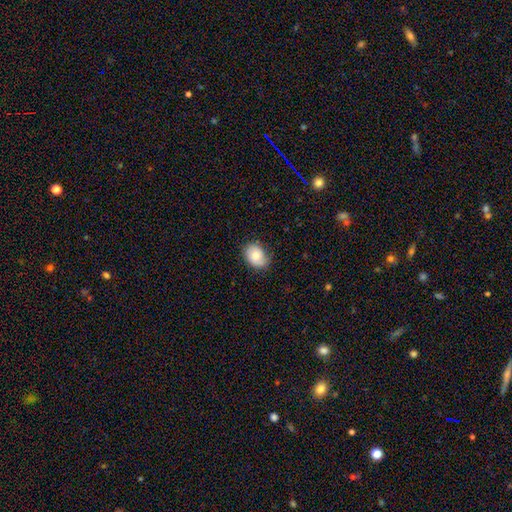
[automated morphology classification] smooth_or_featured: smooth (p=0.75) [alt: featured or disk p=0.18]
how_rounded: in between (p=0.66) [alt: round p=0.33]
merging: none (p=0.72) [alt: minor disturbance p=0.22]